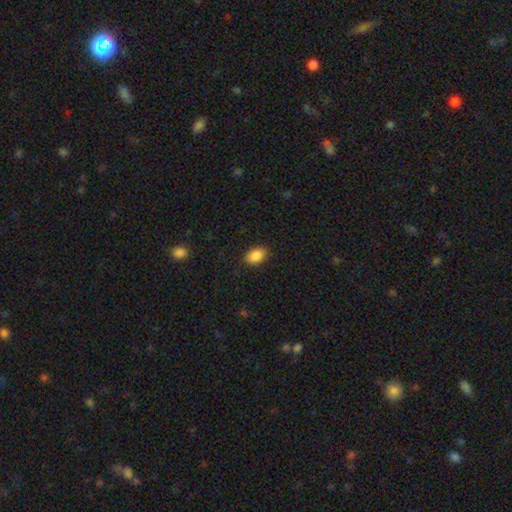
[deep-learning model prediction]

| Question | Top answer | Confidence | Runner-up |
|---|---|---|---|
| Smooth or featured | smooth | 88% | star or artifact (8%) |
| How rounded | in between | 87% | round (12%) |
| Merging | none | 88% | minor disturbance (9%) |